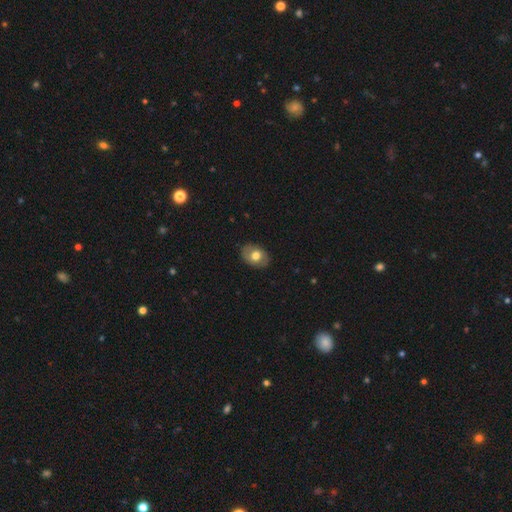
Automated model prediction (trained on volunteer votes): A smooth galaxy with no disk features (64%) that is in between round and cigar-shaped (75%). Merging: none (85%).